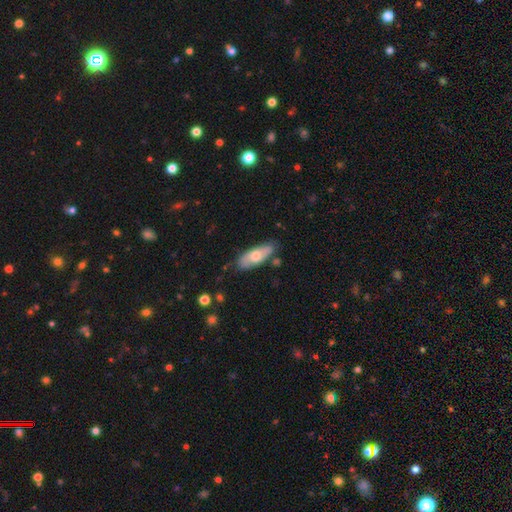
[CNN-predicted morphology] Smooth or featured? smooth (56%)
How rounded? in between (74%)
Merging? none (74%)